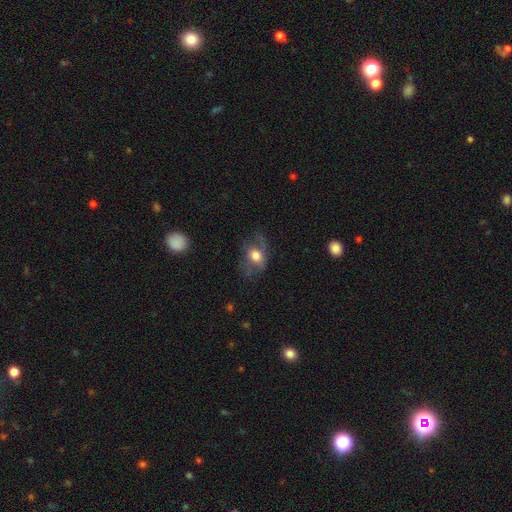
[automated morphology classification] This appears to be a smooth galaxy with no disk features (56%) that is in between round and cigar-shaped (67%). Merging: none (47%).